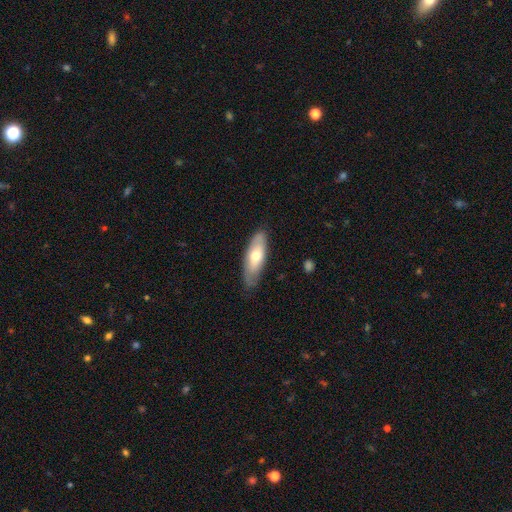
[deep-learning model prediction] Morphology: type=smooth (60%); roundness=in between (62%); merging=none (78%).